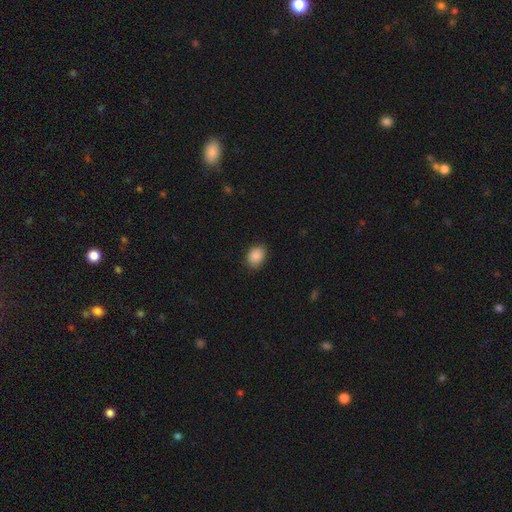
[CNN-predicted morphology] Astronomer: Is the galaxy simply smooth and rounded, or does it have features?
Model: smooth — 88%.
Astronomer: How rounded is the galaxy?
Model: in between — 68%.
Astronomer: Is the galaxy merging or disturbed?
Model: none — 82%.